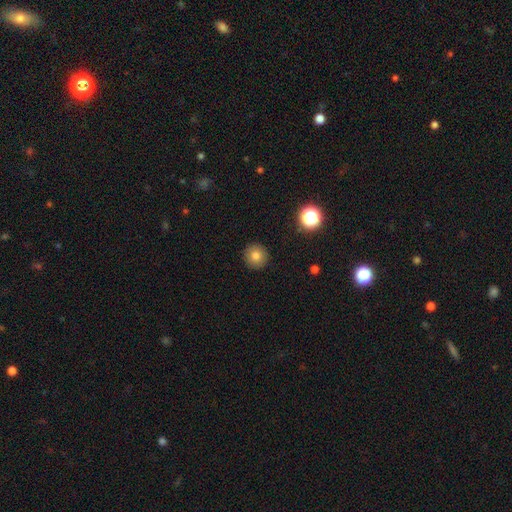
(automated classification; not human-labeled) Smooth or featured? Predicted: smooth (p=0.78). How rounded? Predicted: round (p=0.94). Merging? Predicted: none (p=0.92).